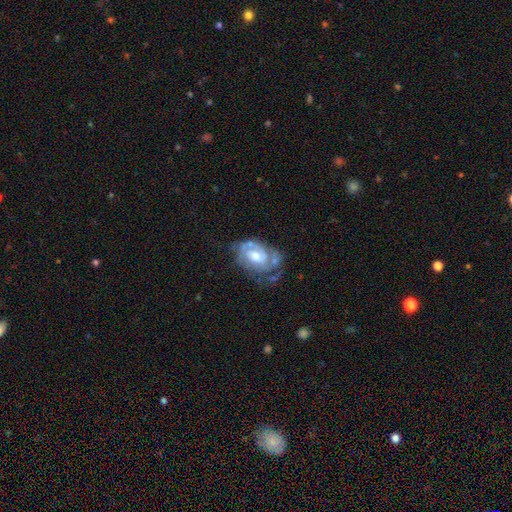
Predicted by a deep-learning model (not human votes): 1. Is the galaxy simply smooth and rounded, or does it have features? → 78% featured or disk, 17% smooth, 6% star or artifact.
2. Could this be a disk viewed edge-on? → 97% no, 3% yes.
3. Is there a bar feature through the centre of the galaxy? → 67% no, 28% weak, 5% strong.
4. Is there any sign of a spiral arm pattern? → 83% yes, 17% no.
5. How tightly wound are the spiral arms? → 58% tight, 32% medium, 11% loose.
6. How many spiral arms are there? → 38% 2, 37% can't tell, 10% 1, 10% 3, 3% 4, 3% more than 4.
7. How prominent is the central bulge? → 64% moderate, 19% small, 13% large, 2% none, 1% dominant.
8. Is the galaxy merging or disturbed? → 43% none, 28% minor disturbance, 22% major disturbance, 7% merger.